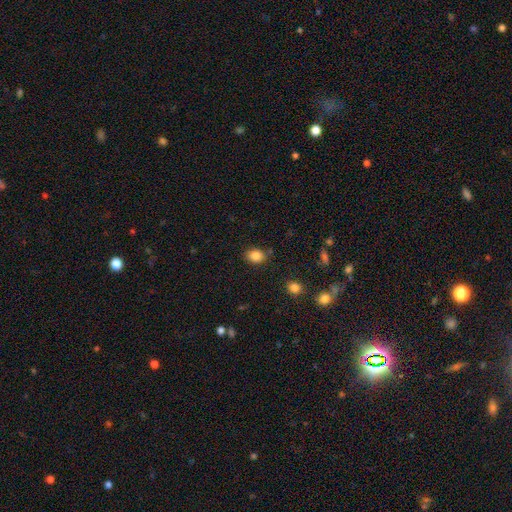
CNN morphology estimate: smooth-or-featured: smooth: 84% | star or artifact: 10% | featured or disk: 5%
  how-rounded: in between: 56% | round: 43% | cigar-shaped: 1%
  merging: none: 81% | minor disturbance: 12% | merger: 3% | major disturbance: 3%